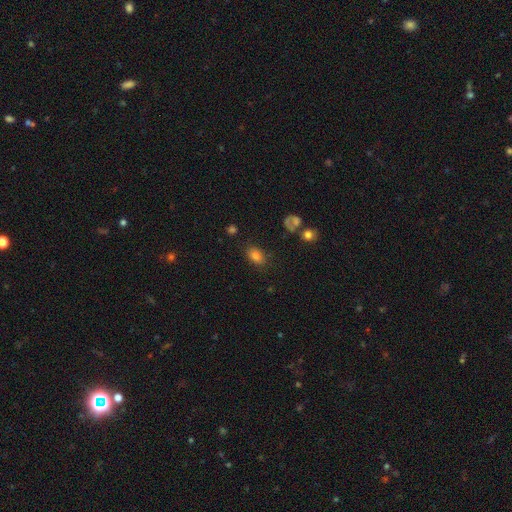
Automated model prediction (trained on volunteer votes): Smooth or featured? smooth (80%)
How rounded? in between (81%)
Merging? none (79%)